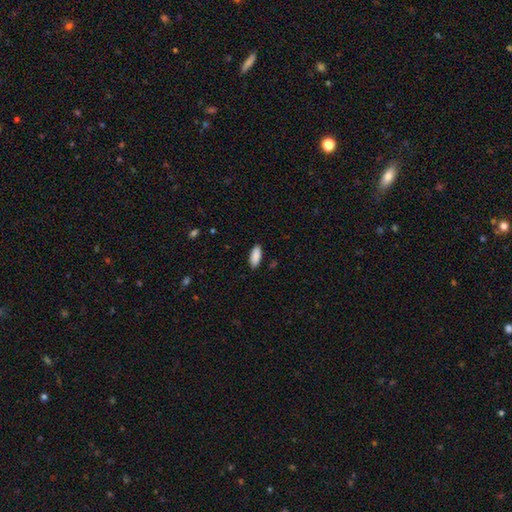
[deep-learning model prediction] smooth_or_featured: smooth (p=0.90) [alt: star or artifact p=0.06]
how_rounded: in between (p=0.82) [alt: cigar-shaped p=0.16]
merging: none (p=0.88) [alt: minor disturbance p=0.09]